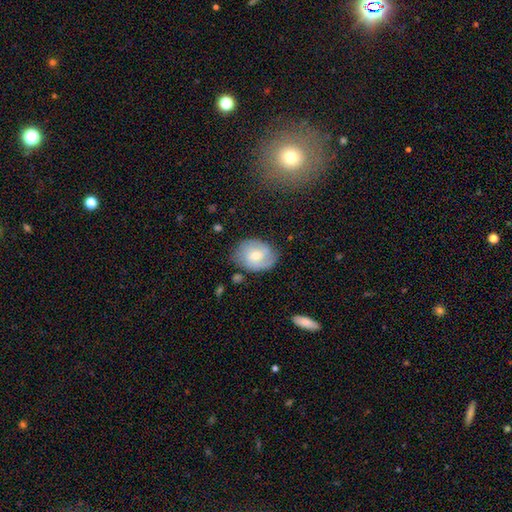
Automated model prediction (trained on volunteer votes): smooth_or_featured: featured or disk (p=0.55) [alt: smooth p=0.38]
disk_edge_on: no (p=0.96) [alt: yes p=0.04]
bar: no (p=0.51) [alt: weak p=0.40]
has_spiral_arms: yes (p=0.80) [alt: no p=0.20]
bulge_size: moderate (p=0.53) [alt: small p=0.43]
merging: none (p=0.72) [alt: minor disturbance p=0.20]